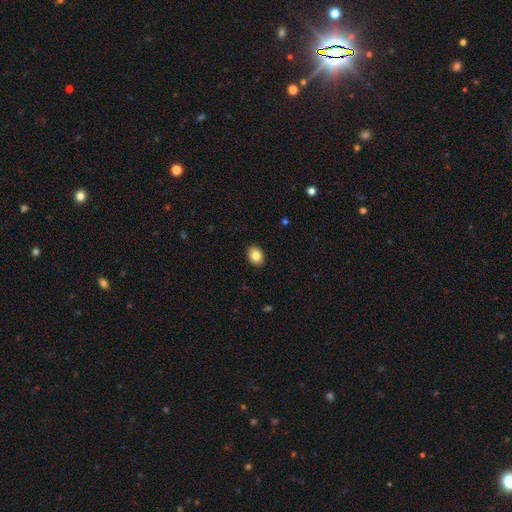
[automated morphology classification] Overall: smooth (85%). How rounded: in between (62%; round 37%). Merging: none (91%).